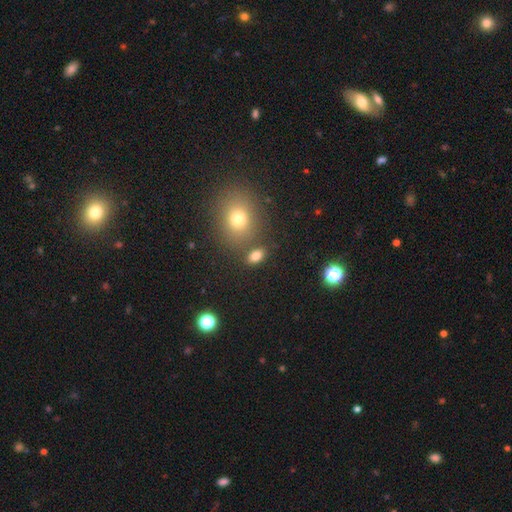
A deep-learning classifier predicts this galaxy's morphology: Smooth or featured: smooth — 80% (star or artifact — 13%)
How rounded: in between — 82% (round — 15%)
Merging: none — 76% (minor disturbance — 11%)